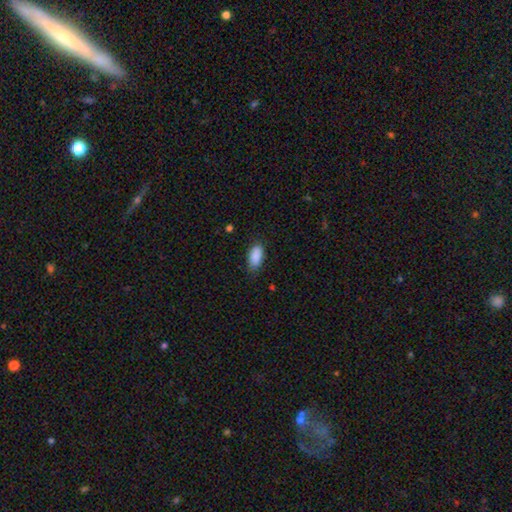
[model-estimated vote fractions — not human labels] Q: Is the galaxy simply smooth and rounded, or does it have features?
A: smooth — 89%.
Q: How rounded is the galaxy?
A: in between — 91%.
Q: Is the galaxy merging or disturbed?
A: none — 76%.